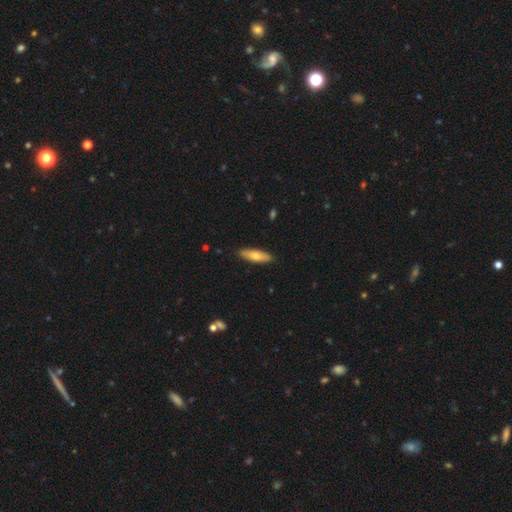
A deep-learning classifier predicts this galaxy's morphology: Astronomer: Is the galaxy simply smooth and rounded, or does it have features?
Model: smooth — 68%.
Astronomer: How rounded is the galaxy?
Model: cigar-shaped — 54% (runner-up: in between, 44%).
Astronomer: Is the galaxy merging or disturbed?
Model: none — 89%.